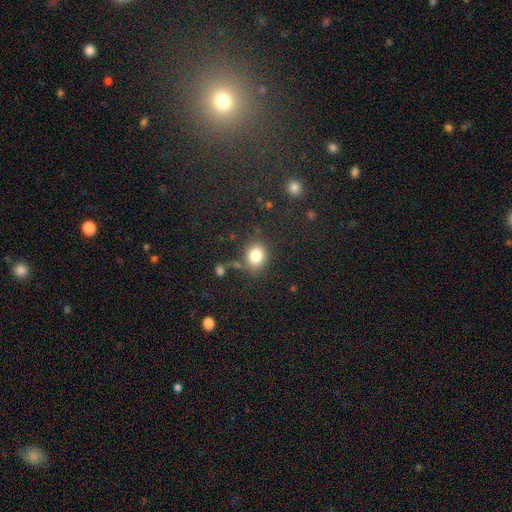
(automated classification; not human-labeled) Overall: smooth (82%). How rounded: round (60%; in between 39%). Merging: none (74%).